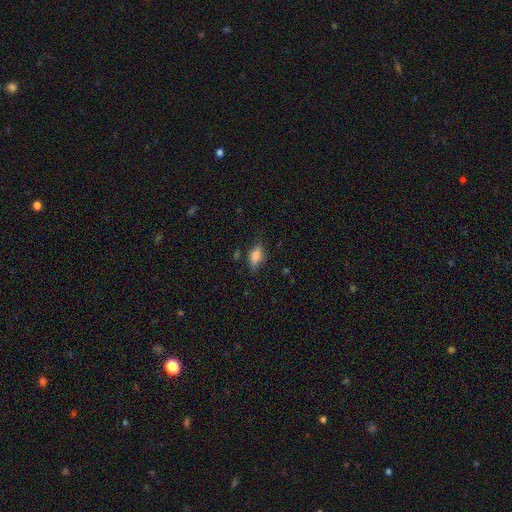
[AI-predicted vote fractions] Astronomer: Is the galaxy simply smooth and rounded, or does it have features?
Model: smooth — 63%.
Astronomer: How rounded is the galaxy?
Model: in between — 75%.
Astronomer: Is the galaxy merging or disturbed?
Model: none — 69%.